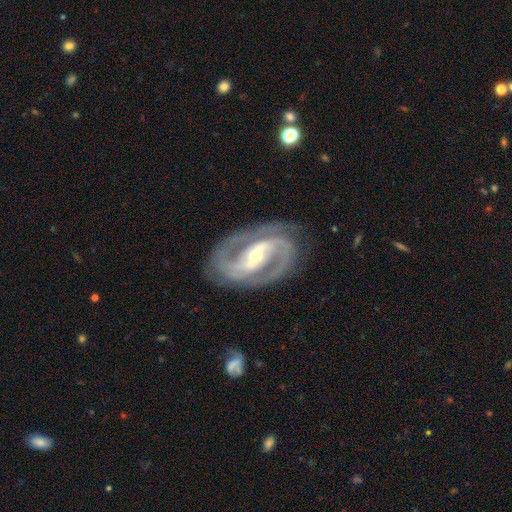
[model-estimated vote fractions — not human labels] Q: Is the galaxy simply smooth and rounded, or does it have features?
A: featured or disk — 92%.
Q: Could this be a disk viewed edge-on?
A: no — 97%.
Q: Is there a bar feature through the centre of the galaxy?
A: strong — 58%.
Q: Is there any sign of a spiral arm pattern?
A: yes — 98%.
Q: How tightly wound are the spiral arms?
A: medium — 51%.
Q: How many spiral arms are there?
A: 2 — 86%.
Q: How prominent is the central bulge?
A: moderate — 54%.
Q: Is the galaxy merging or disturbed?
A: none — 82%.